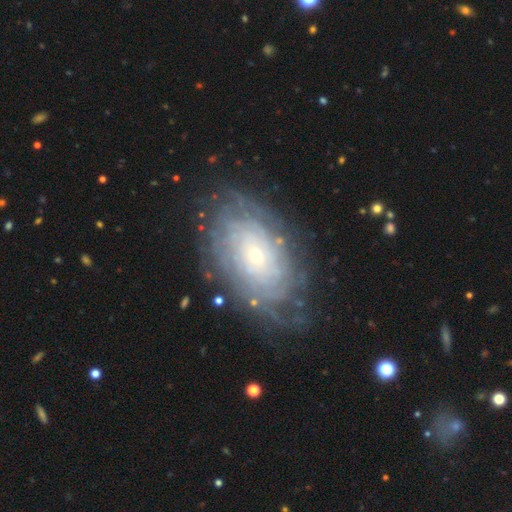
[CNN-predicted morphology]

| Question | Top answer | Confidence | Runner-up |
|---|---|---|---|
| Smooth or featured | featured or disk | 79% | smooth (14%) |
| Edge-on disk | no | 95% | yes (5%) |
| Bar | no | 81% | weak (15%) |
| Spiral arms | yes | 90% | no (10%) |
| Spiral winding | tight | 80% | medium (15%) |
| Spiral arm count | can't tell | 49% | more than 4 (22%) |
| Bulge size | small | 73% | moderate (21%) |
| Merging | none | 75% | minor disturbance (16%) |